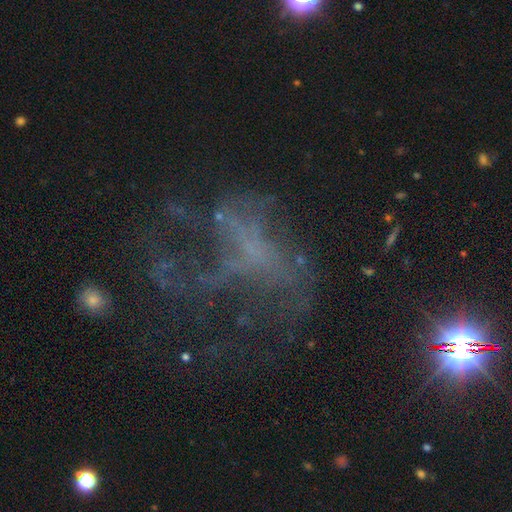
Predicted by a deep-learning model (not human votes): Smooth or featured?
  - featured or disk: 47% *
  - star or artifact: 34%
  - smooth: 19%
Merging?
  - none: 41% *
  - major disturbance: 37%
  - minor disturbance: 15%
  - merger: 7%